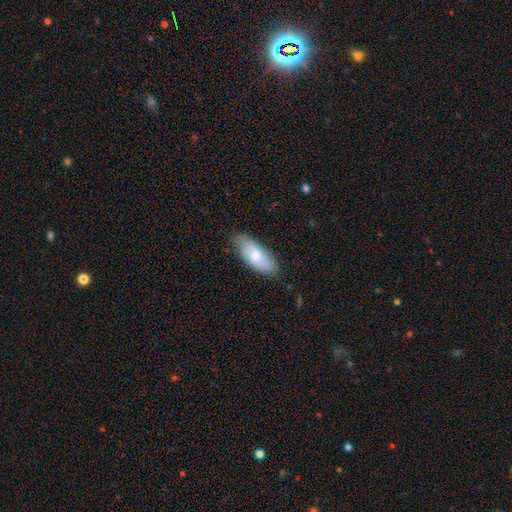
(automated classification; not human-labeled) smooth 72%, featured or disk 22%, star or artifact 6%. Down the decision tree: how rounded — in between (78%); merging — none (80%).